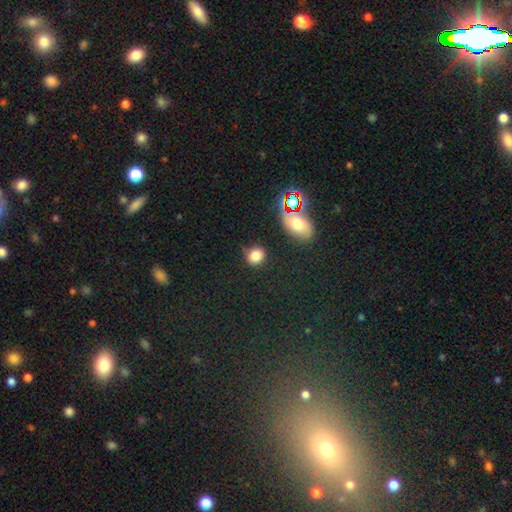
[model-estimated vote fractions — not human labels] smooth-or-featured: smooth: 81% | star or artifact: 14% | featured or disk: 6%
  how-rounded: round: 72% | in between: 27% | cigar-shaped: 1%
  merging: none: 74% | minor disturbance: 17% | major disturbance: 5% | merger: 4%